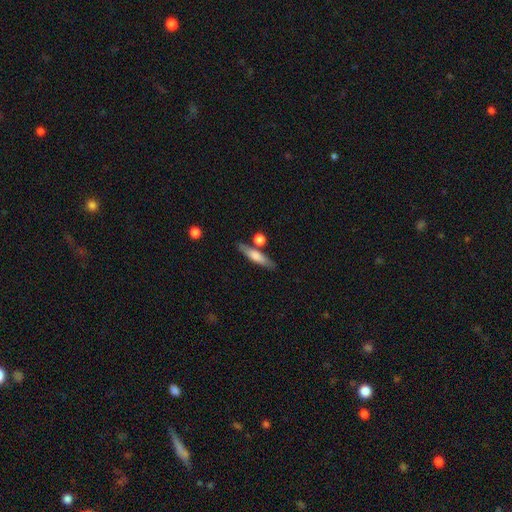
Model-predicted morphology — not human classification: This appears to be a smooth galaxy with no disk features (60%) that is cigar-shaped (80%). Merging: none (75%).